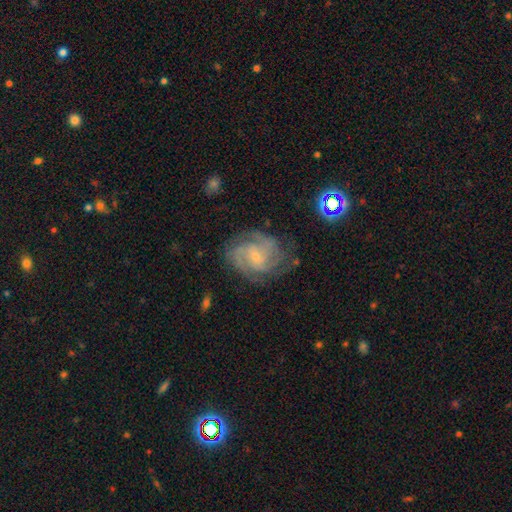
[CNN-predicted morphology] smooth-or-featured: featured or disk: 84% | smooth: 9% | star or artifact: 7%
  disk-edge-on: no: 98% | yes: 2%
    bar: no: 50% | weak: 41% | strong: 9%
    has-spiral-arms: yes: 96% | no: 4%
      spiral-winding: tight: 50% | medium: 41% | loose: 9%
      spiral-arm-count: 3: 29% | 2: 24% | can't tell: 23% | 4: 14% | more than 4: 5% | 1: 5%
    bulge-size: small: 75% | moderate: 19% | none: 4% | large: 1% | dominant: 1%
  merging: none: 70% | minor disturbance: 19% | major disturbance: 9% | merger: 2%